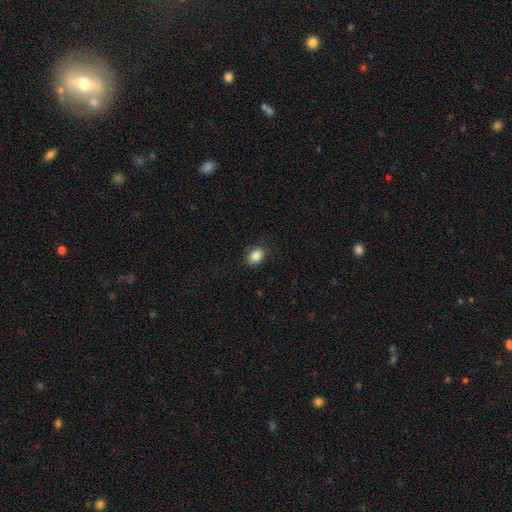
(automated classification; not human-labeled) This appears to be a smooth galaxy with no disk features (86%) that is in between round and cigar-shaped (60%). Merging: none (83%).